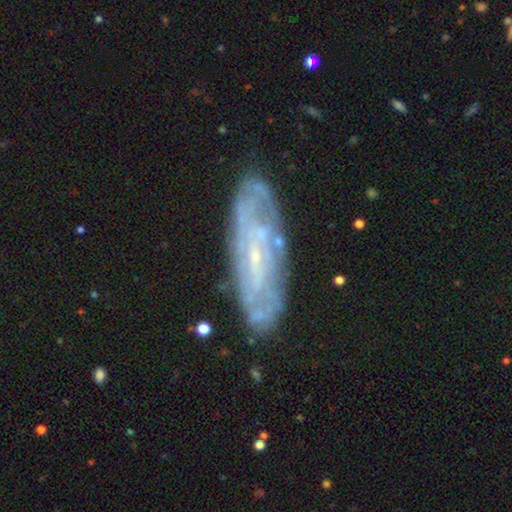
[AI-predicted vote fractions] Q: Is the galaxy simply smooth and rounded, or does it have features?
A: featured or disk — 74%.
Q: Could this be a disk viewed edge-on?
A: no — 79%.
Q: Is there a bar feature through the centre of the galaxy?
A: no — 56%.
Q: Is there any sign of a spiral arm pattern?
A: yes — 75%.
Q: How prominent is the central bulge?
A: small — 80%.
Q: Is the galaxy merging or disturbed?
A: none — 80%.